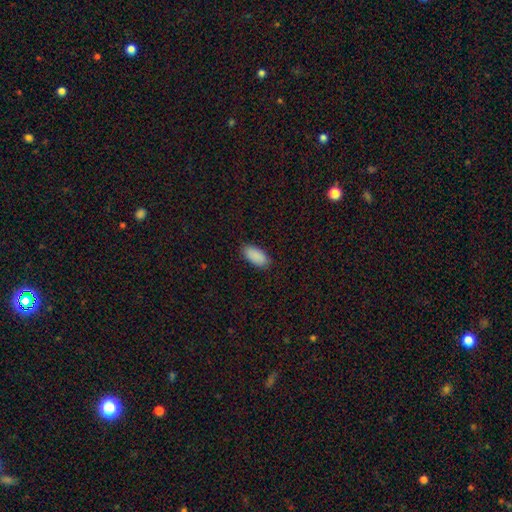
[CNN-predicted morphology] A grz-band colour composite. It shows a smooth galaxy with no disk features (91%) that is in between round and cigar-shaped (92%). Merging: none (88%).